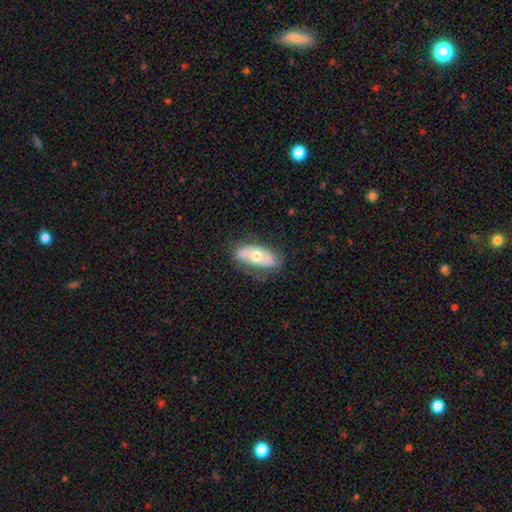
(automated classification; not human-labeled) The model was most divided on "smooth or featured": featured or disk: 51%, smooth: 42%, star or artifact: 7%. More confident: edge-on disk — no (83%); merging — none (78%).